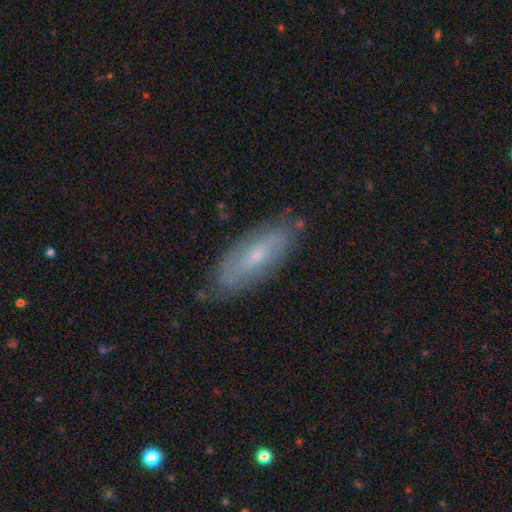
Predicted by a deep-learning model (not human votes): This appears to be a featured or disk galaxy (55%). Merging: none (78%).